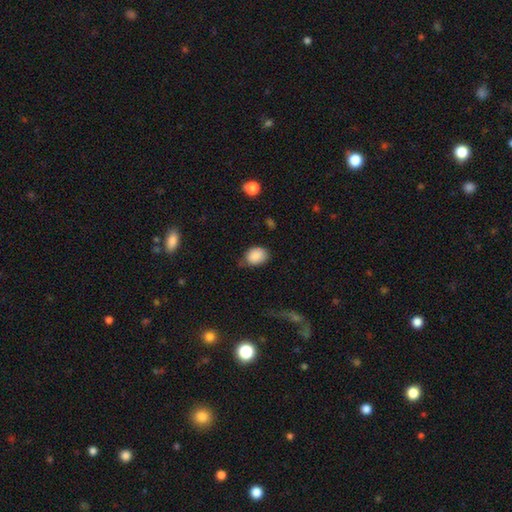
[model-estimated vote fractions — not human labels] Overall: smooth (88%). How rounded: in between (67%; round 32%). Merging: none (59%; minor disturbance 31%).